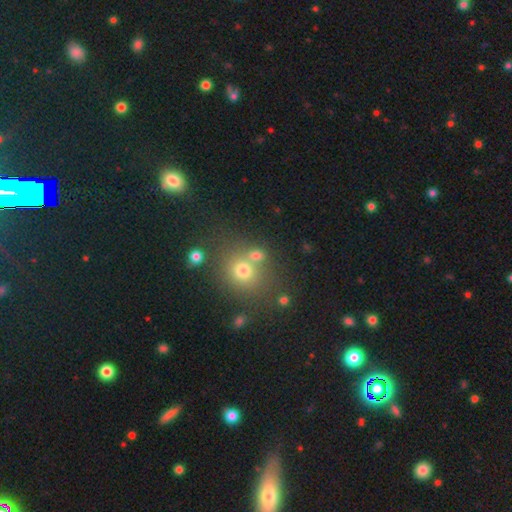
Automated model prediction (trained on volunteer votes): Smooth or featured? smooth (70%)
How rounded? round (68%)
Merging? none (55%)